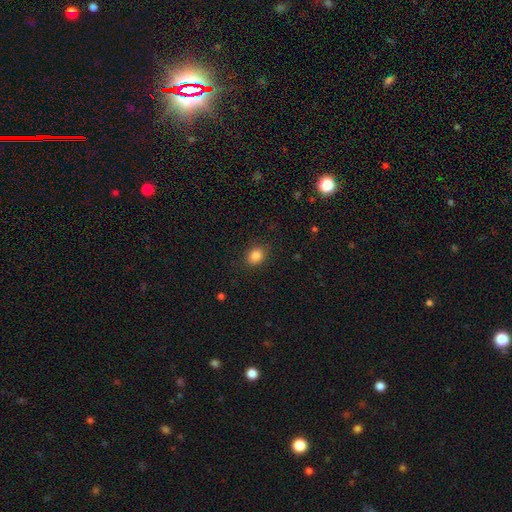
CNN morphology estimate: smooth 85%, star or artifact 10%, featured or disk 5%. Down the decision tree: how rounded — round (54%); merging — none (88%).